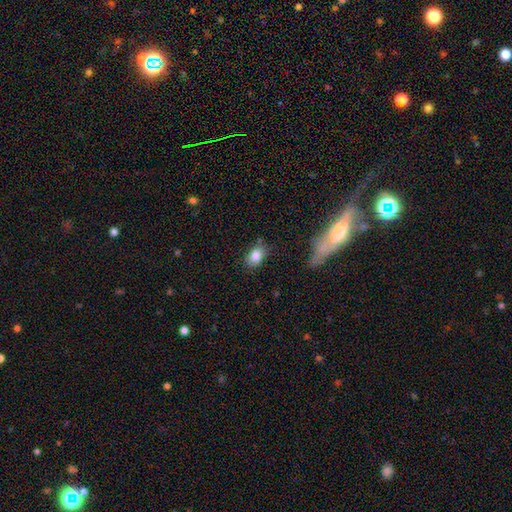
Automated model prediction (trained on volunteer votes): This is clearly a smooth galaxy (82%). How rounded: likely in between (76%). Merging: likely none (74%).